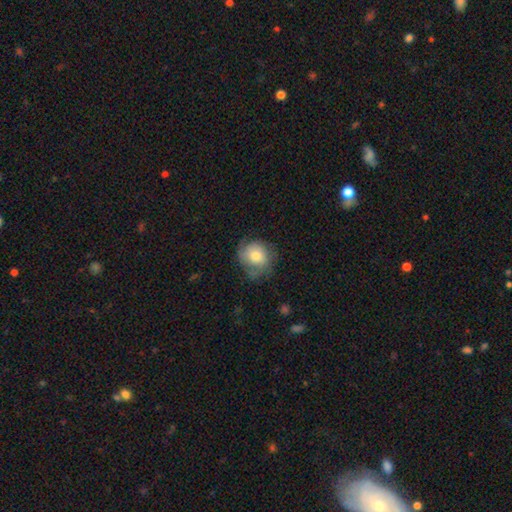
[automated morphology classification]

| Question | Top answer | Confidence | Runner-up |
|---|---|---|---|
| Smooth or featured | smooth | 67% | featured or disk (25%) |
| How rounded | round | 78% | in between (21%) |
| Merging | none | 59% | minor disturbance (28%) |